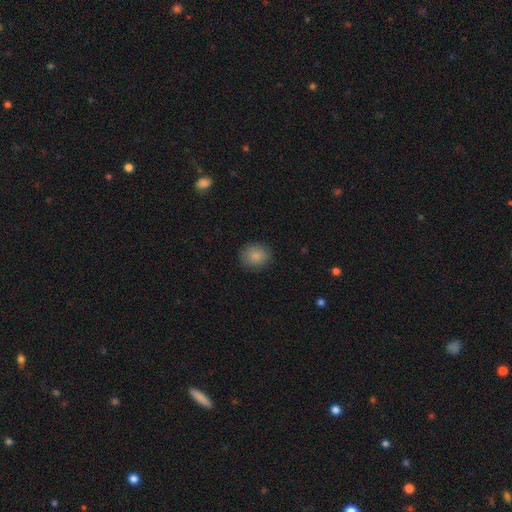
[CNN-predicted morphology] Smooth or featured? smooth (87%)
How rounded? round (72%)
Merging? none (87%)